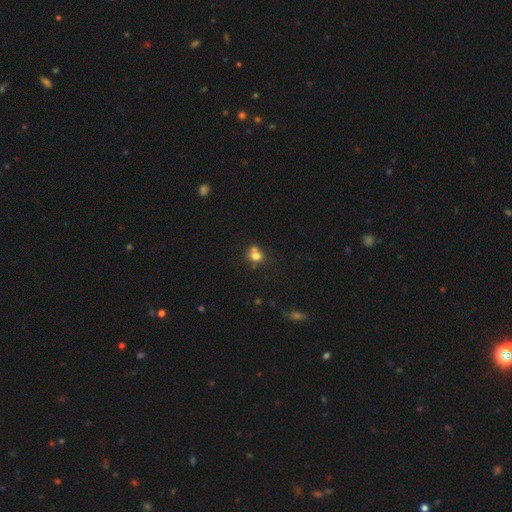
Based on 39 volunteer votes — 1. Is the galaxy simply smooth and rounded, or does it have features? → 79% smooth, 15% featured or disk, 5% star or artifact.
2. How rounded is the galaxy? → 61% round, 39% in between, 0% cigar-shaped.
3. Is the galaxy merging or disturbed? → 41% none, 35% merger, 16% minor disturbance, 8% major disturbance.